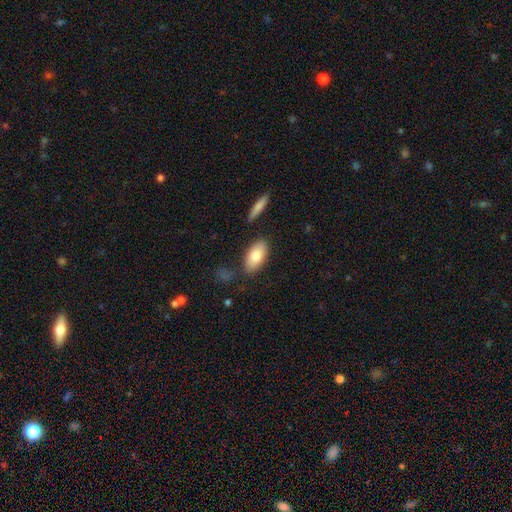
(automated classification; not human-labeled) A smooth galaxy with no disk features (81%) that is in between round and cigar-shaped (92%).

Vote fractions:
- Smooth or featured? smooth: 81% / featured or disk: 13% / star or artifact: 6%
- How rounded? in between: 92% / cigar-shaped: 5% / round: 3%
- Merging? none: 80% / minor disturbance: 12% / merger: 4% / major disturbance: 3%